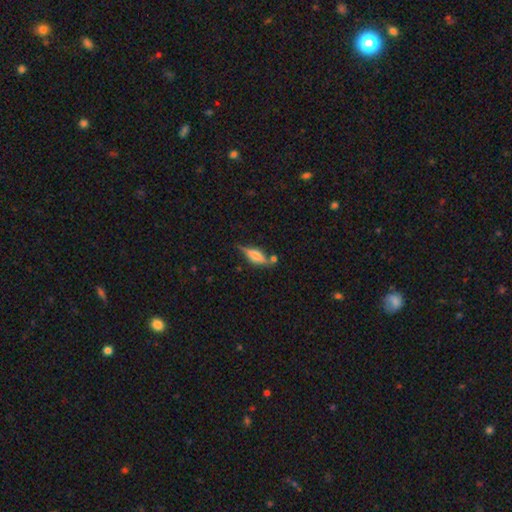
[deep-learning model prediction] Smooth or featured? featured or disk (52%)
Edge-on disk? yes (91%)
Merging? none (65%)